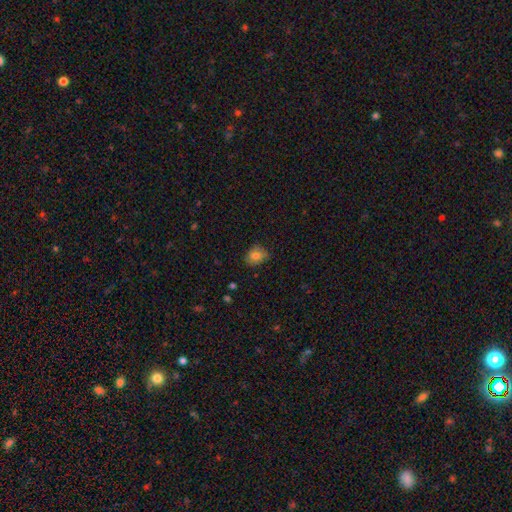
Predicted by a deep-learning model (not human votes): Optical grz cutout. It shows a smooth galaxy with no disk features (79%) that is in between round and cigar-shaped (52%). Merging: none (76%).